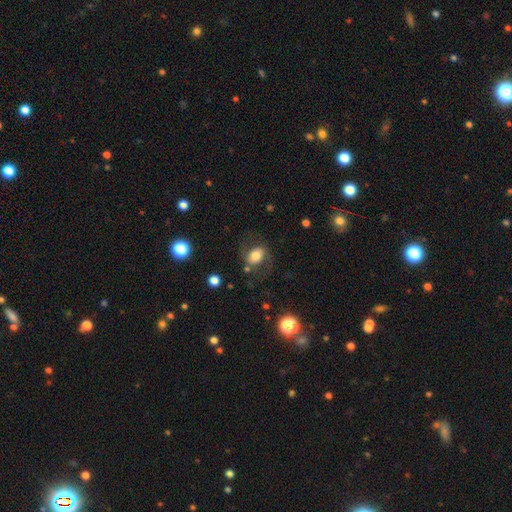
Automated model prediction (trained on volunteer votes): smooth-or-featured: smooth: 50% | featured or disk: 40% | star or artifact: 10%
  merging: none: 63% | minor disturbance: 18% | major disturbance: 15% | merger: 3%